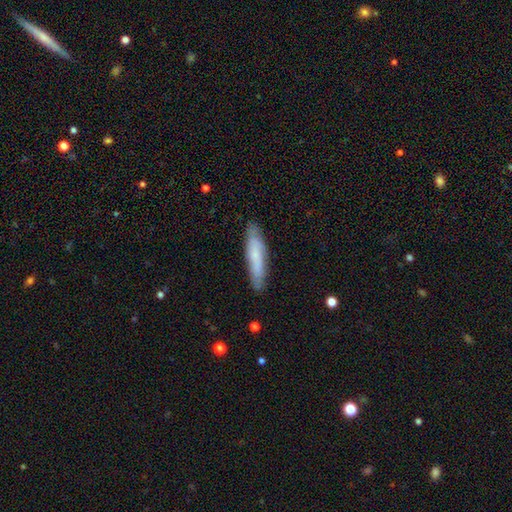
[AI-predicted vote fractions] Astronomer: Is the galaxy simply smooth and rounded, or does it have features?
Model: smooth — 63%.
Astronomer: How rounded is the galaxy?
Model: cigar-shaped — 81%.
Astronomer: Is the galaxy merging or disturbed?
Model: none — 84%.